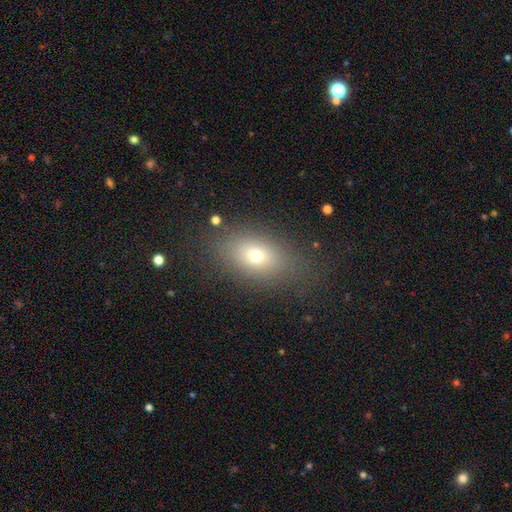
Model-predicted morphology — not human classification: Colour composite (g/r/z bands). It shows a smooth galaxy with no disk features (67%) that is in between round and cigar-shaped (77%). Merging: none (79%).